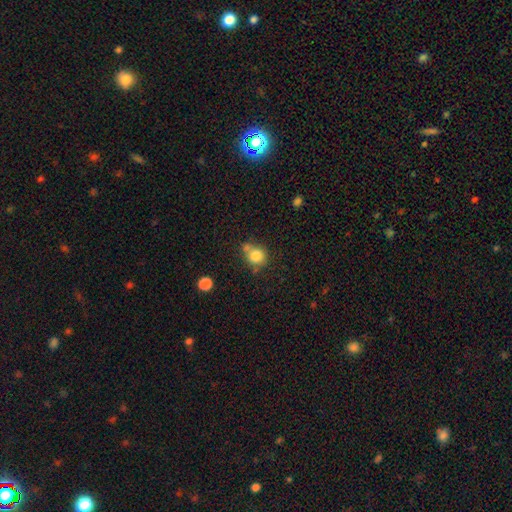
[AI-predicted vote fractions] The model was most divided on "merging": none: 53%, merger: 24%, minor disturbance: 17%, major disturbance: 5%. More confident: how rounded — round (81%); smooth or featured — smooth (80%).